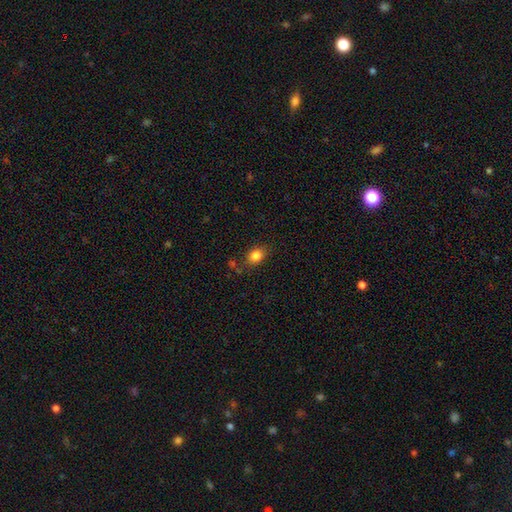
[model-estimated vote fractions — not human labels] The model was most divided on "how rounded": in between: 60%, round: 38%, cigar-shaped: 2%. More confident: smooth or featured — smooth (83%); merging — none (75%).